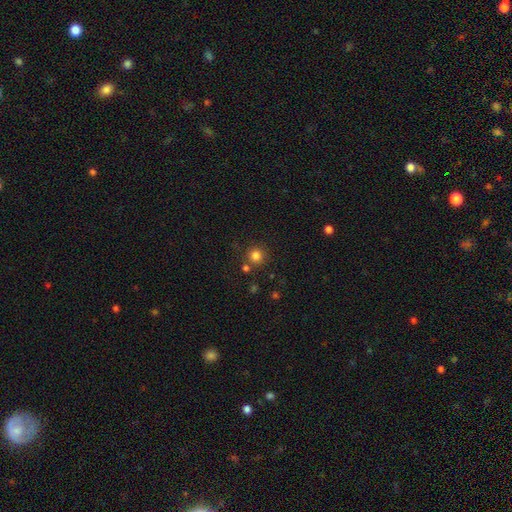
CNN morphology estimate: A smooth galaxy with no disk features (81%) that is round (94%). Merging: none (80%).